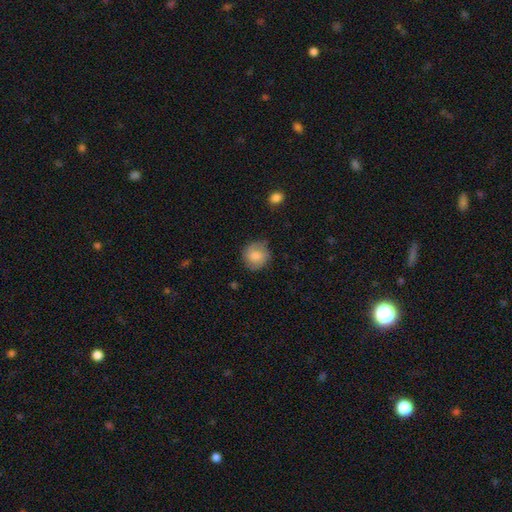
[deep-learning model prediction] Morphology: type=smooth (76%); roundness=round (89%); merging=none (79%).